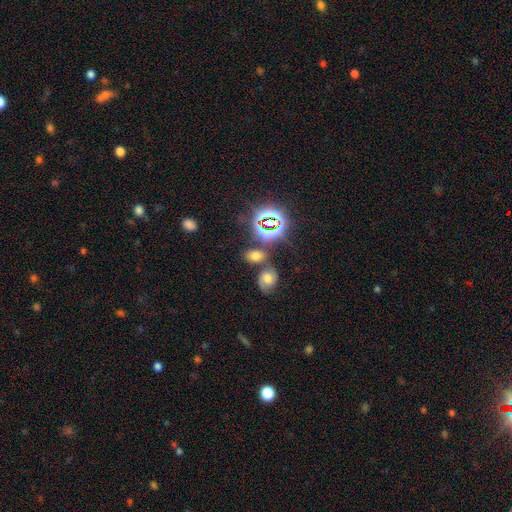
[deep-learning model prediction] Morphology: type=smooth (54%); roundness=in between (76%); merging=none (61%).